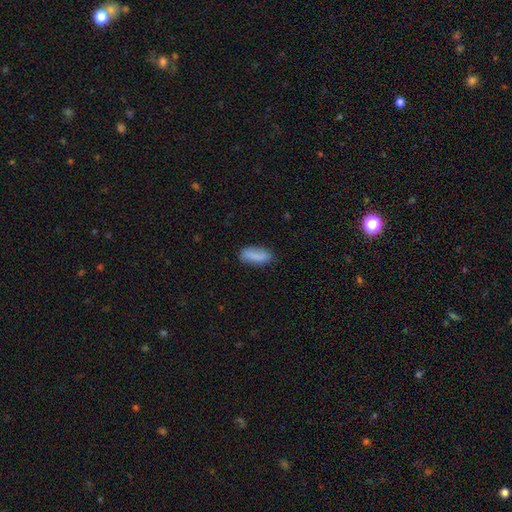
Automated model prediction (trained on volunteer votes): Smooth or featured? smooth (85%)
How rounded? in between (78%)
Merging? none (78%)